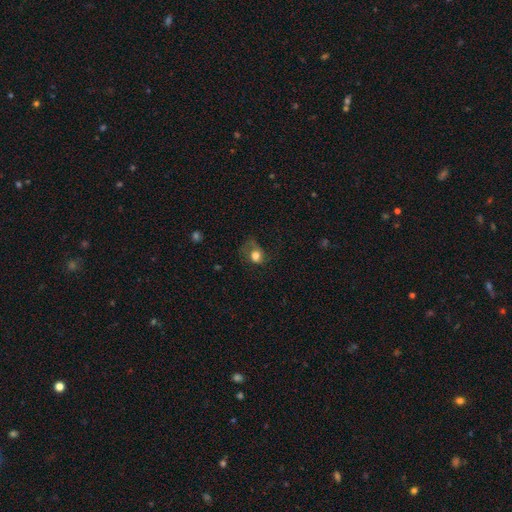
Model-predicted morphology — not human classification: A smooth galaxy with no disk features (71%) that is round (56%). Merging: major disturbance (37%).